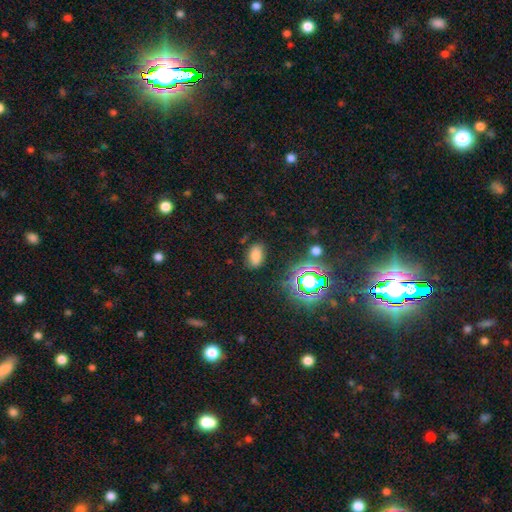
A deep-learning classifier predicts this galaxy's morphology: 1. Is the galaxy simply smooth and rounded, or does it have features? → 73% smooth, 19% star or artifact, 8% featured or disk.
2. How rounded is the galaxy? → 90% in between, 9% round, 2% cigar-shaped.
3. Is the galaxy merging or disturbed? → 82% none, 13% minor disturbance, 4% major disturbance, 2% merger.